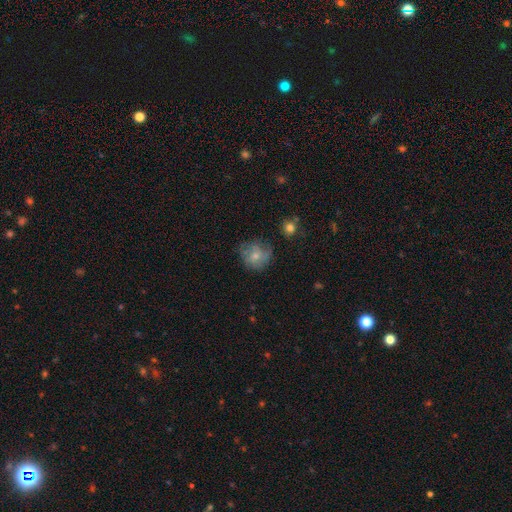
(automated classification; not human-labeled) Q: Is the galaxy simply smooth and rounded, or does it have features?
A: smooth — 61%.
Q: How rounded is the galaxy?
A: round — 83%.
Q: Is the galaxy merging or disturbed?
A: none — 63%.